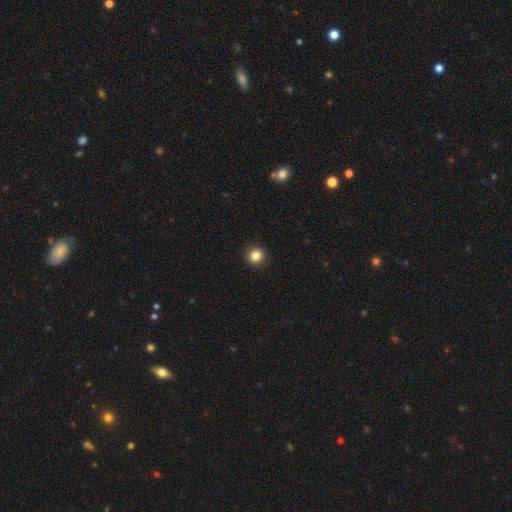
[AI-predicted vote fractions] Smooth or featured? Predicted: smooth (p=0.84). How rounded? Predicted: round (p=0.93). Merging? Predicted: none (p=0.93).